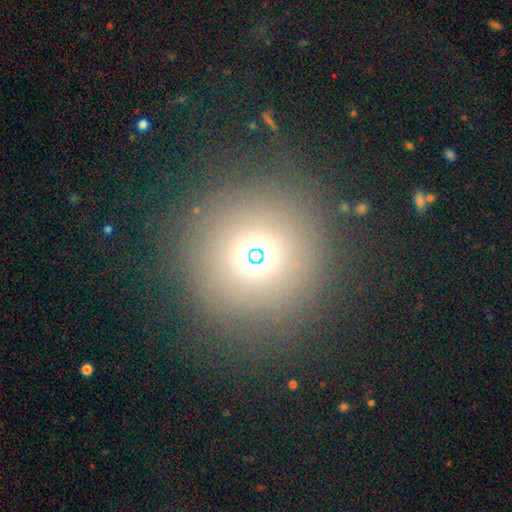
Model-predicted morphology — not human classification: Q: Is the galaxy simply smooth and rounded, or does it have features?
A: smooth — 55%.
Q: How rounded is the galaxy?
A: round — 85%.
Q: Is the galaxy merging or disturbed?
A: none — 85%.